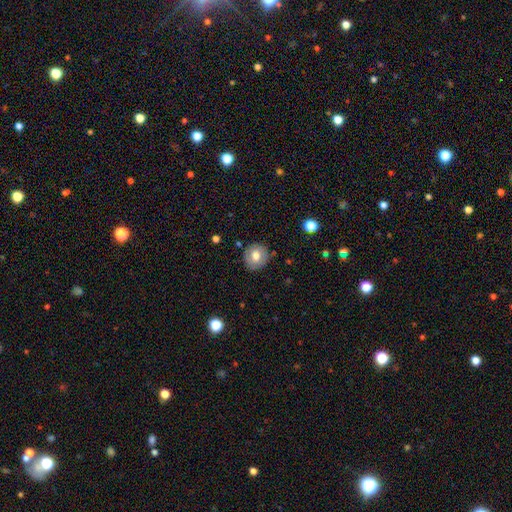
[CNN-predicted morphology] Smooth or featured? smooth (67%)
How rounded? round (83%)
Merging? none (85%)